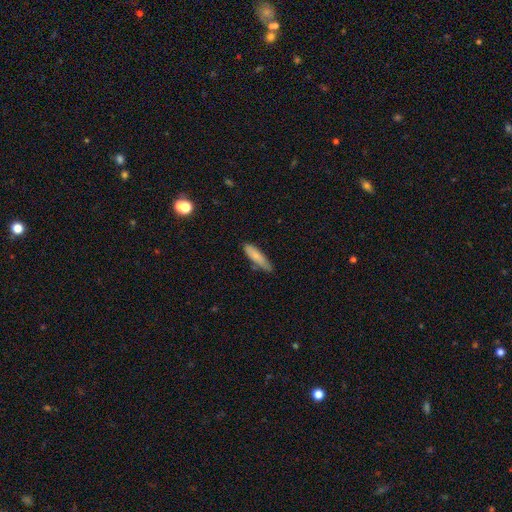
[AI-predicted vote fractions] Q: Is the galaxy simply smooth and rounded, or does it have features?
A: smooth — 79%.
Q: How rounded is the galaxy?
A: cigar-shaped — 70%.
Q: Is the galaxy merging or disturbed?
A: none — 70%.